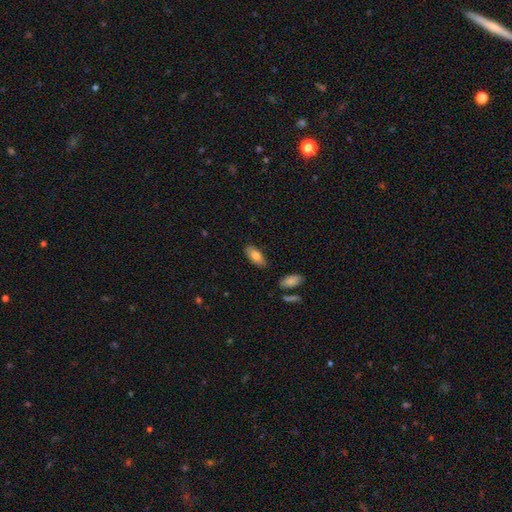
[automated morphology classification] This is likely a smooth galaxy (78%). How rounded: clearly in between (86%). Merging: clearly none (85%).